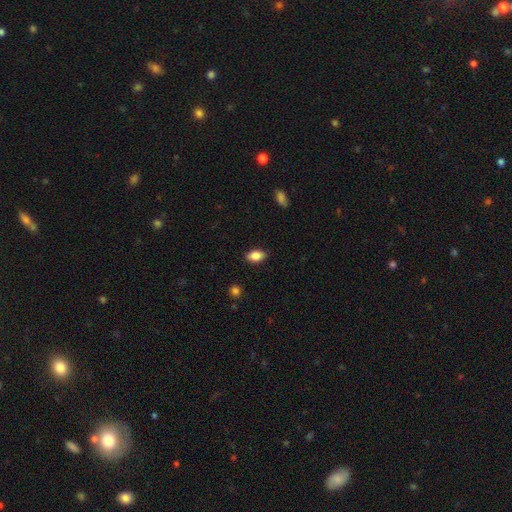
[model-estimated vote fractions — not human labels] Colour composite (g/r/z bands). It shows a smooth galaxy with no disk features (86%) that is in between round and cigar-shaped (91%). Merging: none (87%).